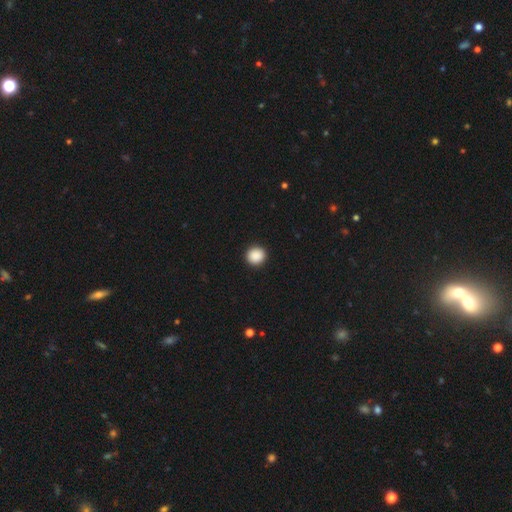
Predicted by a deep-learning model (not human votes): Smooth or featured? smooth (89%)
How rounded? round (91%)
Merging? none (93%)